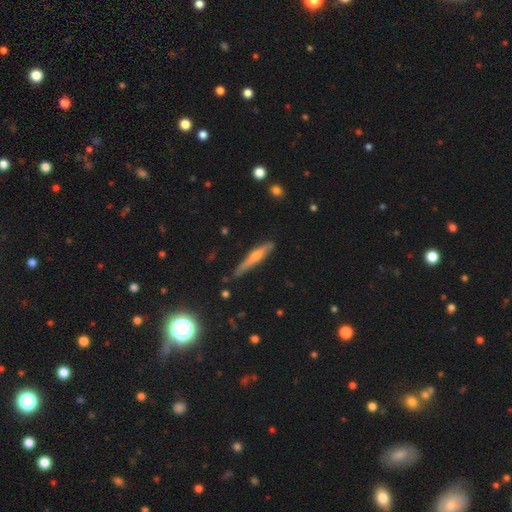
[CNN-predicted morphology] featured or disk 59%, smooth 31%, star or artifact 9%. Down the decision tree: edge-on disk — yes (94%); edge-on bulge — rounded (78%); merging — none (77%).